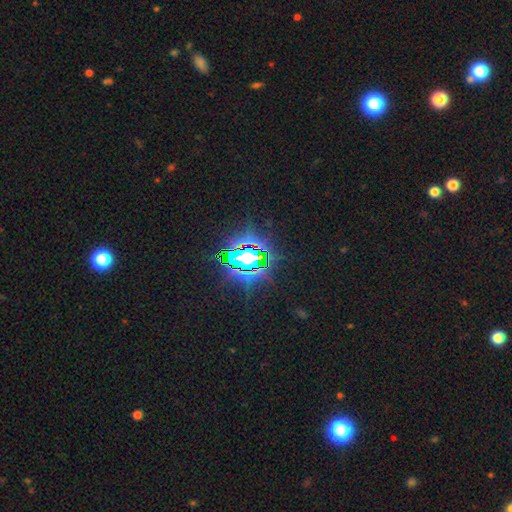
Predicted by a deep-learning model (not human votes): Smooth or featured? star or artifact (81%)